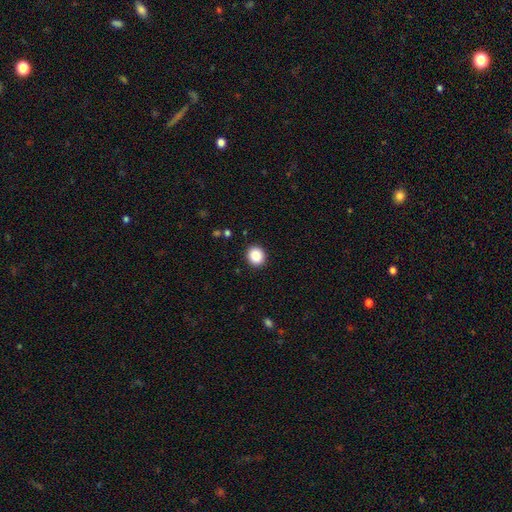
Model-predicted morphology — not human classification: This is clearly a smooth galaxy (87%). How rounded: clearly round (83%). Merging: clearly none (92%).